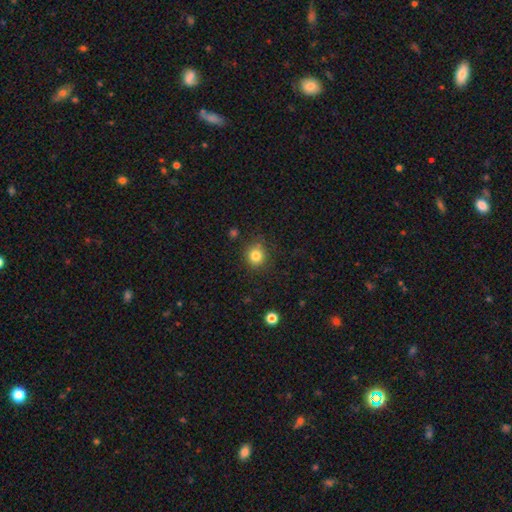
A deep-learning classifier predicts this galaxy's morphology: Smooth or featured?
  - smooth: 82% *
  - star or artifact: 12%
  - featured or disk: 6%
How rounded?
  - round: 88% *
  - in between: 11%
  - cigar-shaped: 1%
Merging?
  - none: 84% *
  - minor disturbance: 11%
  - major disturbance: 3%
  - merger: 2%